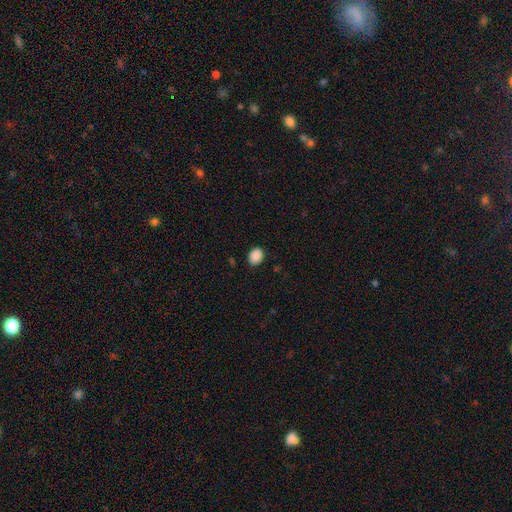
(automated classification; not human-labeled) Smooth or featured? smooth (89%)
How rounded? in between (63%)
Merging? none (87%)